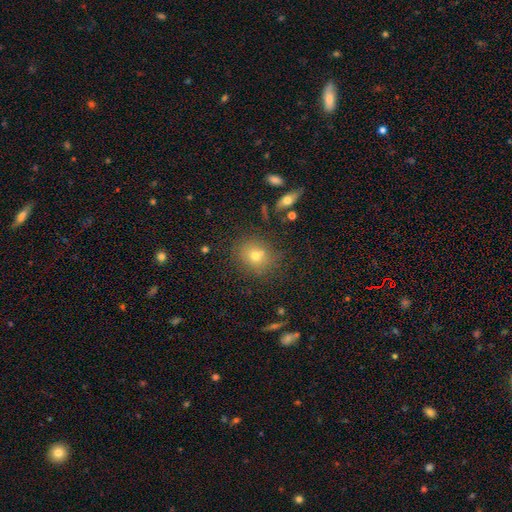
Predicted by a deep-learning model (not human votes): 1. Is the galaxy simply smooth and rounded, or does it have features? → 69% smooth, 18% star or artifact, 13% featured or disk.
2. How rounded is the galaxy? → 70% round, 29% in between, 1% cigar-shaped.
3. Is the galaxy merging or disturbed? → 79% none, 11% minor disturbance, 6% merger, 4% major disturbance.